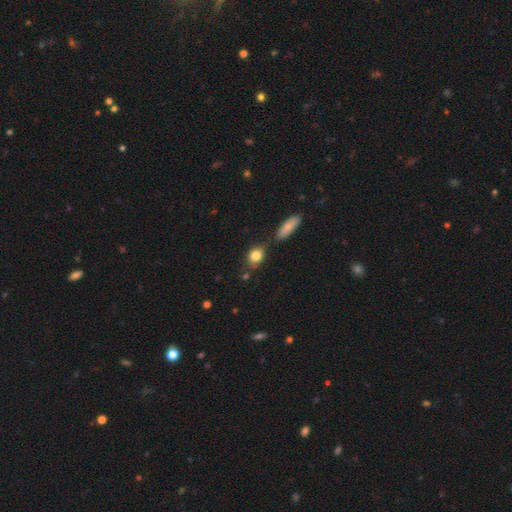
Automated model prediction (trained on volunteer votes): A smooth galaxy with no disk features (82%) that is in between round and cigar-shaped (64%).

Vote fractions:
- Smooth or featured? smooth: 82% / featured or disk: 9% / star or artifact: 9%
- How rounded? in between: 64% / round: 32% / cigar-shaped: 4%
- Merging? none: 64% / minor disturbance: 18% / merger: 13% / major disturbance: 5%